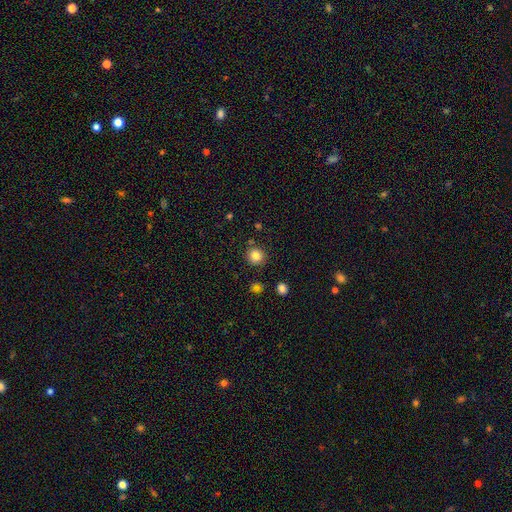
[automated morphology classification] smooth 82%, star or artifact 12%, featured or disk 6%. Down the decision tree: how rounded — round (91%); merging — none (87%).